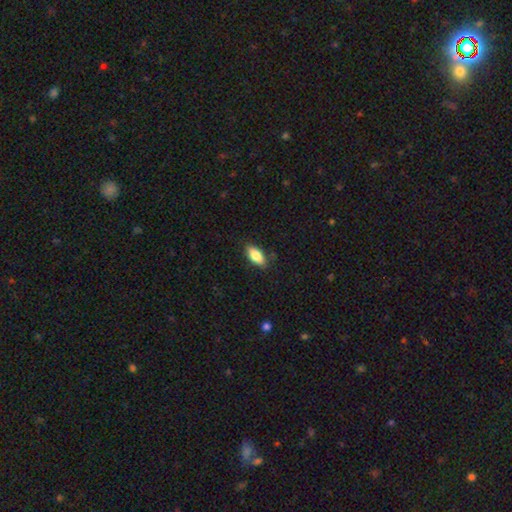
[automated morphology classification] smooth_or_featured: smooth (p=0.83) [alt: featured or disk p=0.11]
how_rounded: in between (p=0.86) [alt: cigar-shaped p=0.11]
merging: none (p=0.85) [alt: minor disturbance p=0.12]